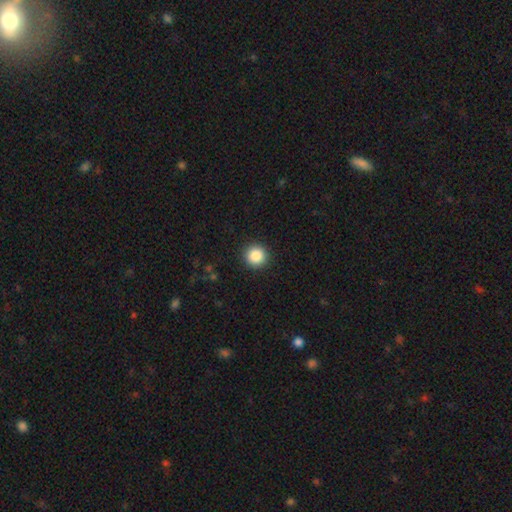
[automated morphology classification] Smooth or featured: smooth — 87% (star or artifact — 9%)
How rounded: round — 95% (in between — 4%)
Merging: none — 93% (minor disturbance — 5%)